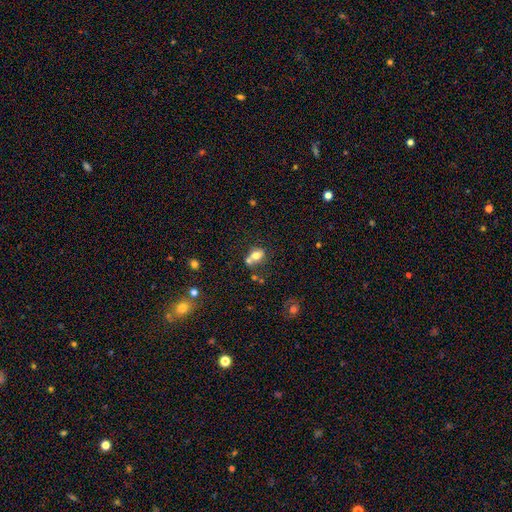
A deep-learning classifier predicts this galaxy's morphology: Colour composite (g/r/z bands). It shows a smooth galaxy with no disk features (70%) that is in between round and cigar-shaped (51%). Merging: merger (47%).